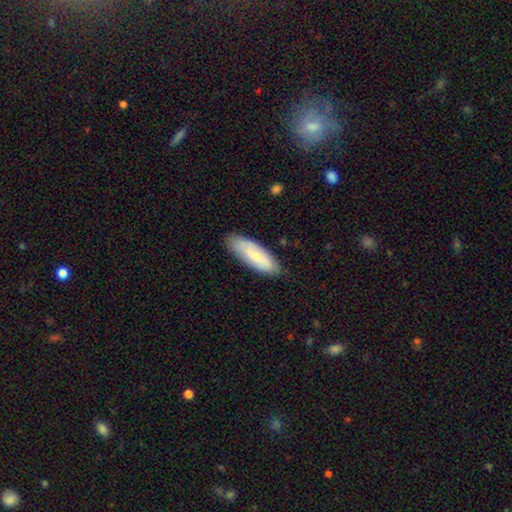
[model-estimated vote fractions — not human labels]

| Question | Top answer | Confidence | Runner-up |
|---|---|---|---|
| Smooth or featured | smooth | 63% | featured or disk (31%) |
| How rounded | in between | 65% | cigar-shaped (34%) |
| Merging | none | 81% | minor disturbance (15%) |